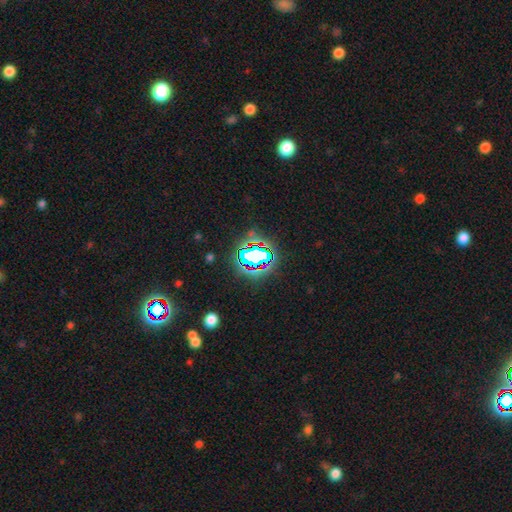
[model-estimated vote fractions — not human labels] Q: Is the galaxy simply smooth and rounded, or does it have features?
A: star or artifact — 65%.